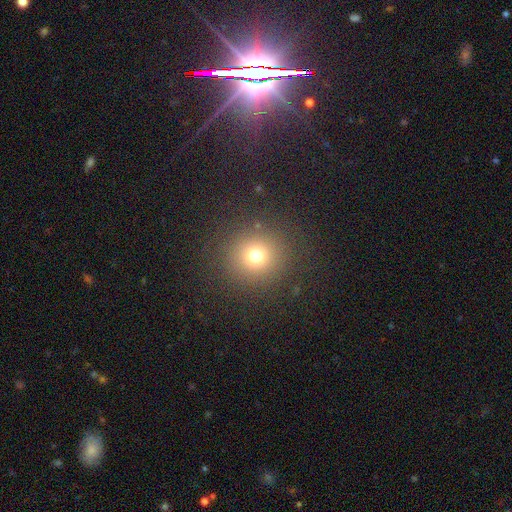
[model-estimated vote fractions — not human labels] A smooth galaxy with no disk features (72%) that is round (93%).

Vote fractions:
- Smooth or featured? smooth: 72% / star or artifact: 20% / featured or disk: 9%
- How rounded? round: 93% / in between: 6% / cigar-shaped: 1%
- Merging? none: 88% / minor disturbance: 7% / major disturbance: 4% / merger: 1%